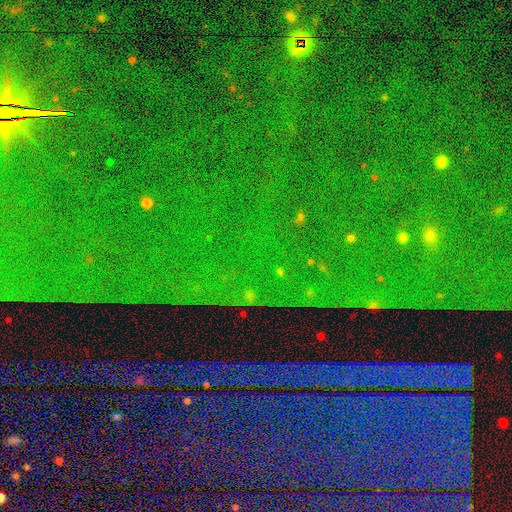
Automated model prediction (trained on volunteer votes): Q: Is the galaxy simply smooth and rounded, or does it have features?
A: star or artifact — 82%.